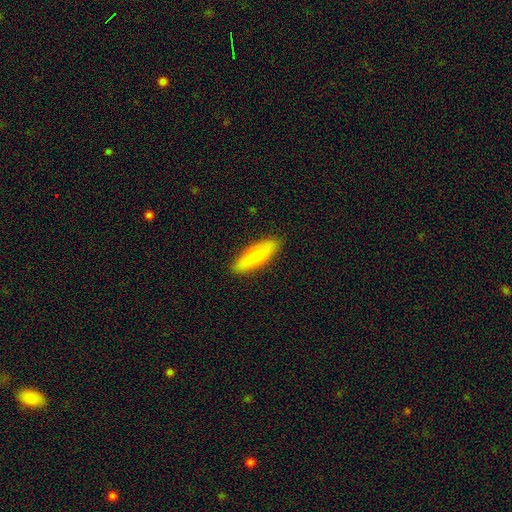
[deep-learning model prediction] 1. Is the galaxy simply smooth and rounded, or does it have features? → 67% smooth, 27% featured or disk, 6% star or artifact.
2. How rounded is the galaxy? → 51% in between, 46% cigar-shaped, 3% round.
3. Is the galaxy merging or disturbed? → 88% none, 9% minor disturbance, 2% major disturbance, 1% merger.